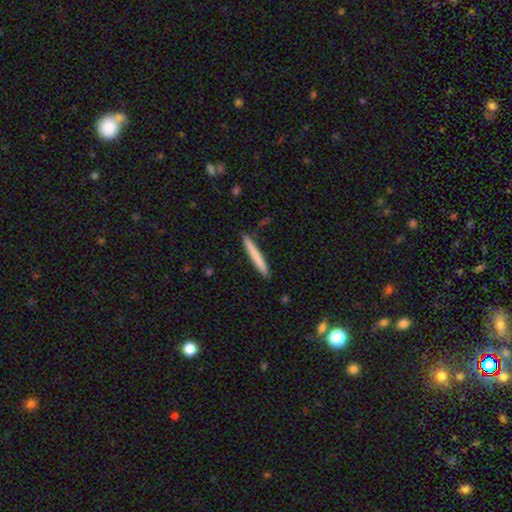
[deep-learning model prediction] Morphology: type=smooth (73%); roundness=cigar-shaped (96%); merging=none (89%).